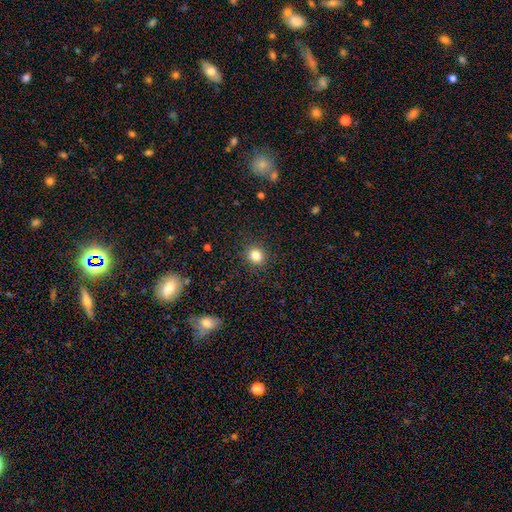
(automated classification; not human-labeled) This is clearly a smooth galaxy (84%). How rounded: clearly round (81%). Merging: clearly none (90%).